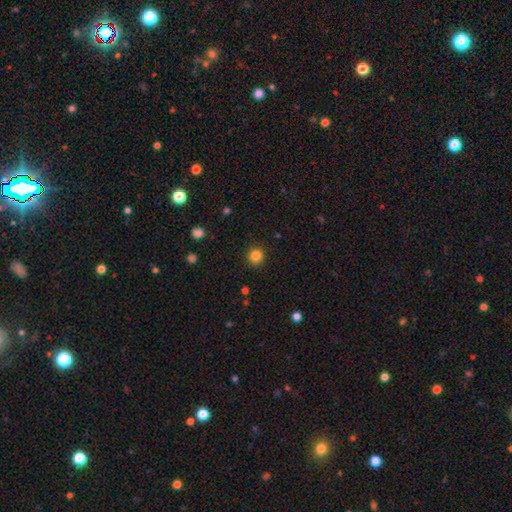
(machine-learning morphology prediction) Smooth or featured? Predicted: smooth (p=0.84). How rounded? Predicted: round (p=0.92). Merging? Predicted: none (p=0.90).